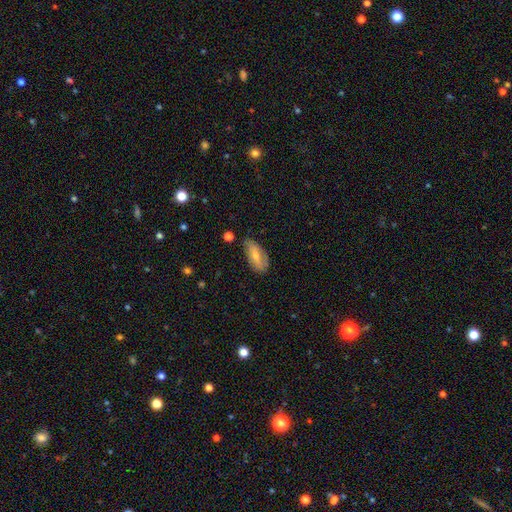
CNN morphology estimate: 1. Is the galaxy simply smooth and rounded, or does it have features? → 59% smooth, 35% featured or disk, 7% star or artifact.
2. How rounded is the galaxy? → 86% in between, 11% cigar-shaped, 3% round.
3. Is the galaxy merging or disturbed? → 67% none, 25% minor disturbance, 6% major disturbance, 2% merger.